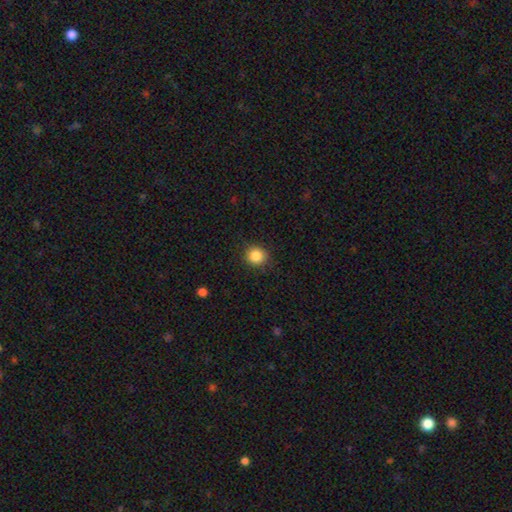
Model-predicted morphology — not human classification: Q: Smooth or featured?
A: smooth (86%); runner-up: star or artifact (10%)
Q: How rounded?
A: round (89%); runner-up: in between (10%)
Q: Merging?
A: none (87%); runner-up: minor disturbance (9%)